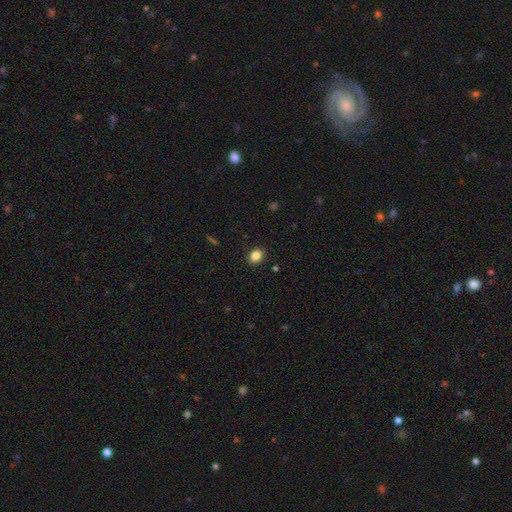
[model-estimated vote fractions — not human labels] Smooth or featured? Predicted: smooth (p=0.85). How rounded? Predicted: round (p=0.57). Merging? Predicted: none (p=0.90).